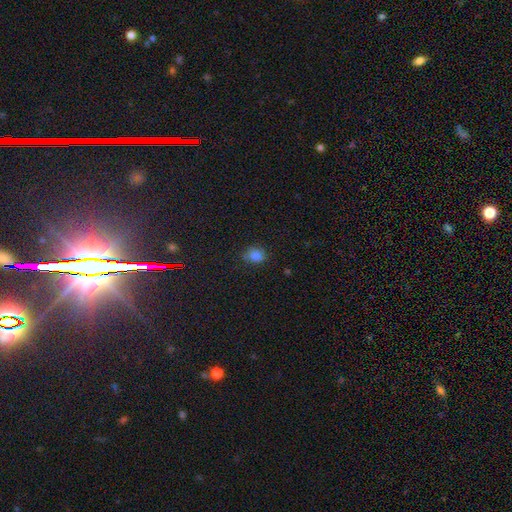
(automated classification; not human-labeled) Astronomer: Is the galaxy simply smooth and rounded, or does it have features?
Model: smooth — 82%.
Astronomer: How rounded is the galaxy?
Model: round — 64%.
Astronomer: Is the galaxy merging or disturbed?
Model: none — 76%.